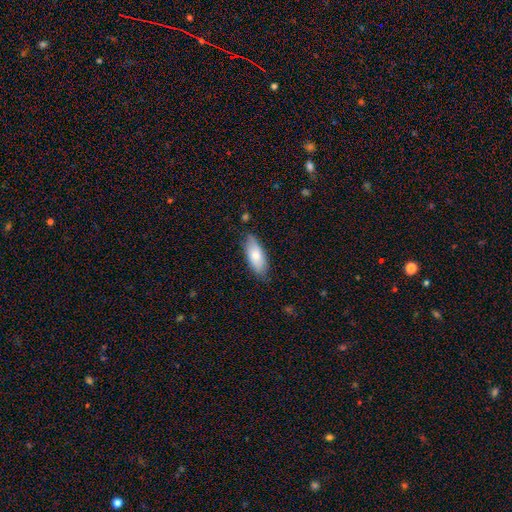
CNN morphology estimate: This is likely a smooth galaxy (74%). How rounded: likely in between (79%). Merging: likely none (77%).